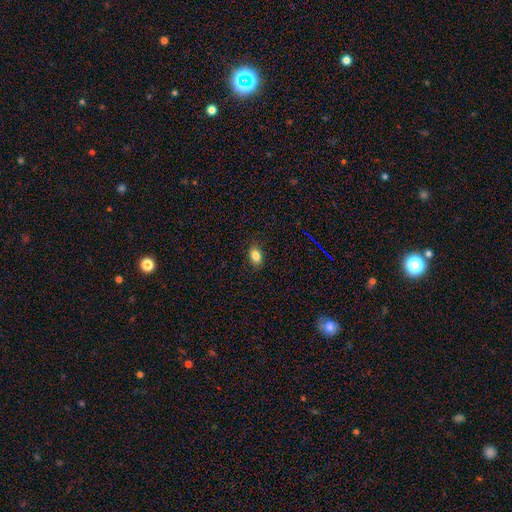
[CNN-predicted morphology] Smooth or featured? smooth (83%)
How rounded? in between (85%)
Merging? none (86%)